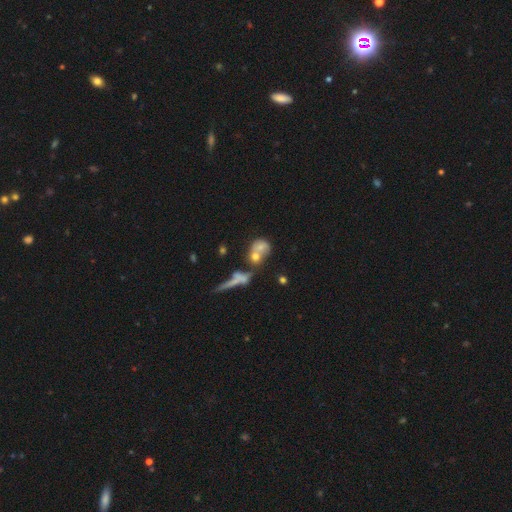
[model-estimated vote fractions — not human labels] smooth-or-featured: smooth: 51% | featured or disk: 34% | star or artifact: 15%
  how-rounded: round: 46% | in between: 44% | cigar-shaped: 9%
  merging: merger: 53% | none: 26% | major disturbance: 11% | minor disturbance: 10%